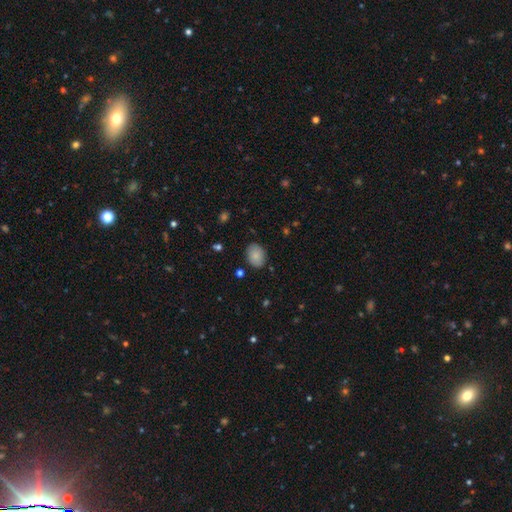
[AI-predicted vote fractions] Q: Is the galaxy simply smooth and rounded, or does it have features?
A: smooth — 84%.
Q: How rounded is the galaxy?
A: in between — 73%.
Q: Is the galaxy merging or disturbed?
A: none — 85%.